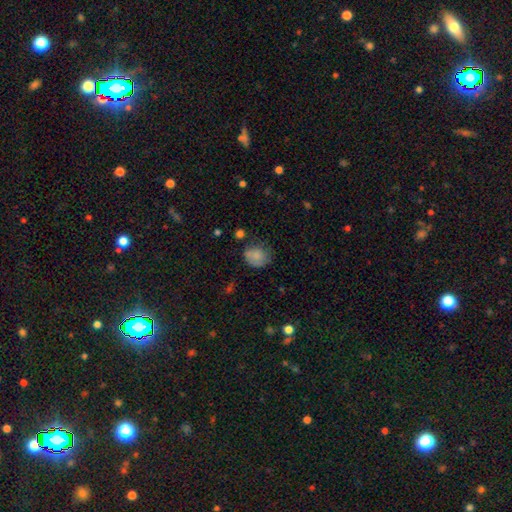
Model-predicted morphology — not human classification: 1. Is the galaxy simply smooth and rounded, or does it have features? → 80% smooth, 11% featured or disk, 9% star or artifact.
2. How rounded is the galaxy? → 62% round, 37% in between, 1% cigar-shaped.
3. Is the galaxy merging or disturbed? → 57% none, 29% minor disturbance, 10% major disturbance, 3% merger.